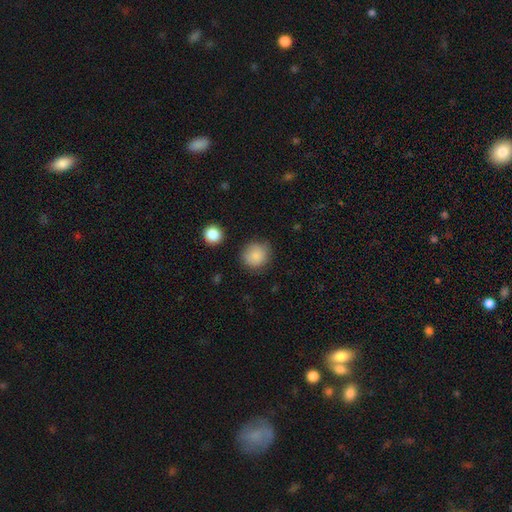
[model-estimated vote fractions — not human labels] The model was most divided on "merging": none: 81%, minor disturbance: 13%, major disturbance: 4%, merger: 2%. More confident: how rounded — round (88%); smooth or featured — smooth (86%).